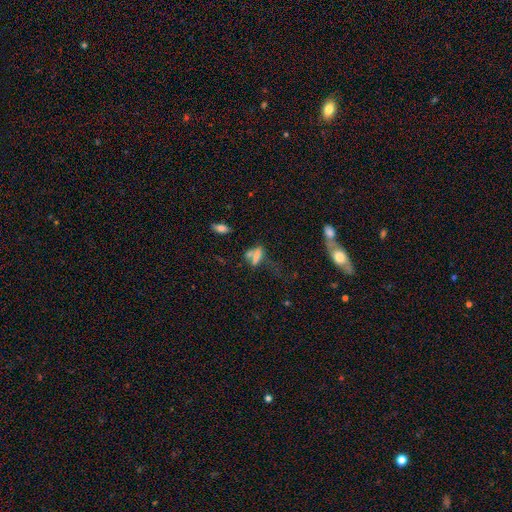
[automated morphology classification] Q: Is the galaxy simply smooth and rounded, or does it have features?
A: smooth — 62%.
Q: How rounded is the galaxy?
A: in between — 50%.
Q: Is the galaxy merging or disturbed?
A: none — 36%.